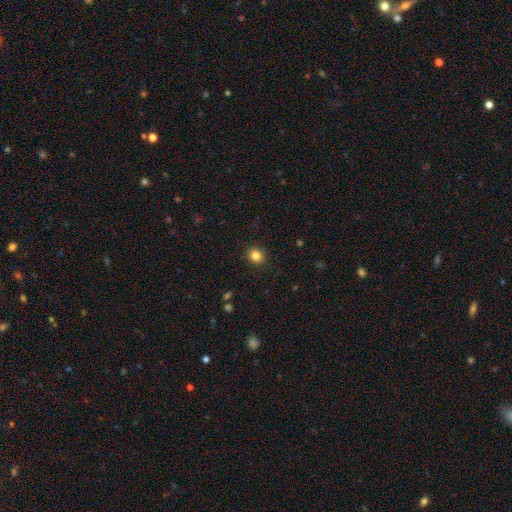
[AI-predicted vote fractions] A smooth galaxy with no disk features (84%) that is round (78%). Merging: none (90%).